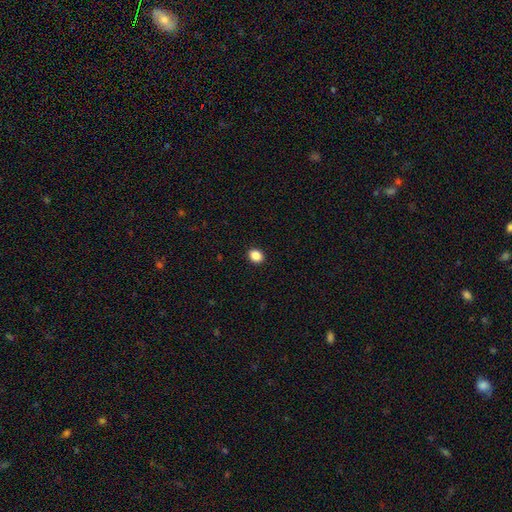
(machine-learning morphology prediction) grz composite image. It shows a smooth galaxy with no disk features (88%) that is round (53%). Merging: none (92%).